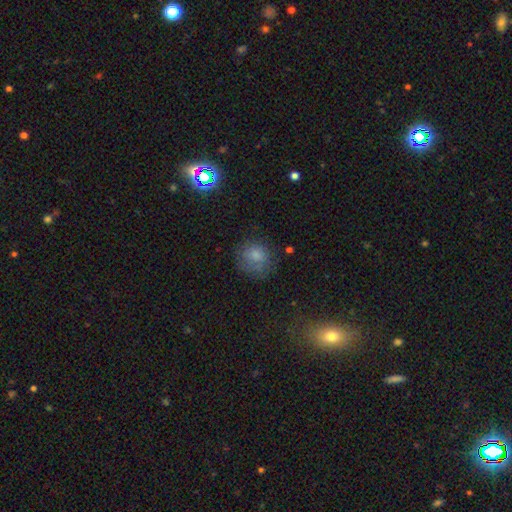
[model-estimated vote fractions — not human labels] A smooth galaxy with no disk features (72%) that is round (79%).

Vote fractions:
- Smooth or featured? smooth: 72% / featured or disk: 15% / star or artifact: 13%
- How rounded? round: 79% / in between: 20% / cigar-shaped: 1%
- Merging? none: 59% / minor disturbance: 23% / major disturbance: 15% / merger: 3%